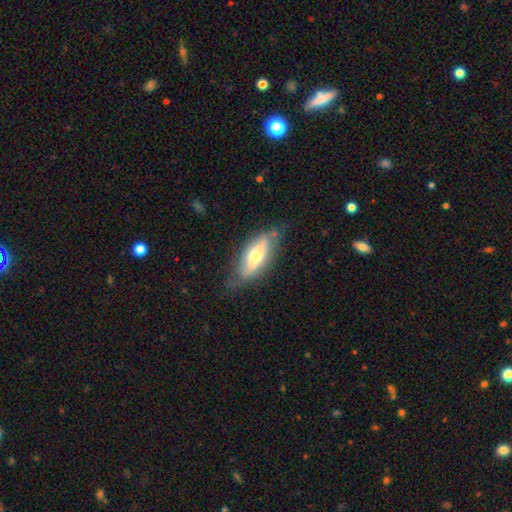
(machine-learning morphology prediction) smooth_or_featured: smooth (p=0.51) [alt: featured or disk p=0.43]
how_rounded: in between (p=0.70) [alt: cigar-shaped p=0.28]
merging: none (p=0.65) [alt: minor disturbance p=0.25]